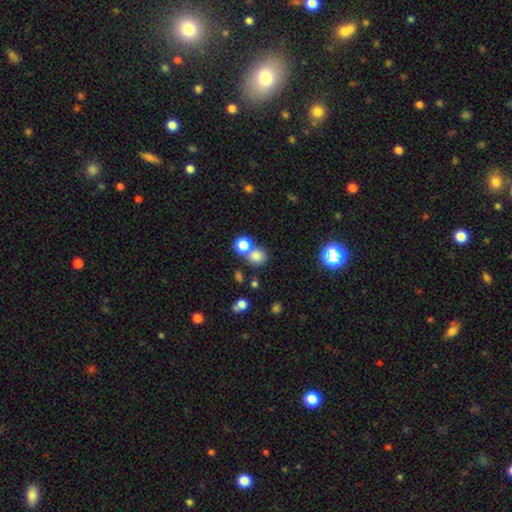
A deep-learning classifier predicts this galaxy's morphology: A smooth galaxy with no disk features (77%) that is round (84%). Merging: none (59%).